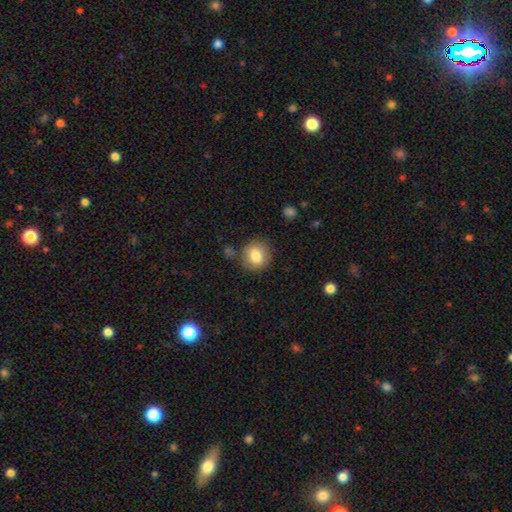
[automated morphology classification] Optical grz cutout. It shows a smooth galaxy with no disk features (82%) that is round (82%). Merging: none (83%).